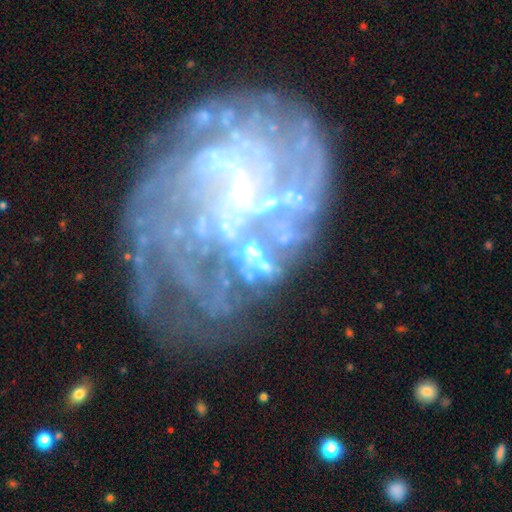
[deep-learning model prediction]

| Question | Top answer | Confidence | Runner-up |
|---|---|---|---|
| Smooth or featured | featured or disk | 66% | star or artifact (24%) |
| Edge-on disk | no | 96% | yes (4%) |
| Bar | no | 68% | weak (16%) |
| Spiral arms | no | 64% | yes (36%) |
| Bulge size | none | 45% | moderate (25%) |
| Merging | merger | 48% | major disturbance (28%) |